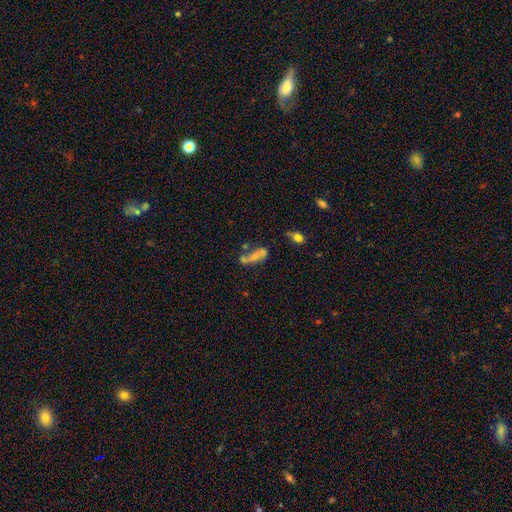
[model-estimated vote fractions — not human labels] smooth 47%, featured or disk 41%, star or artifact 12%. Down the decision tree: merging — none (33%).